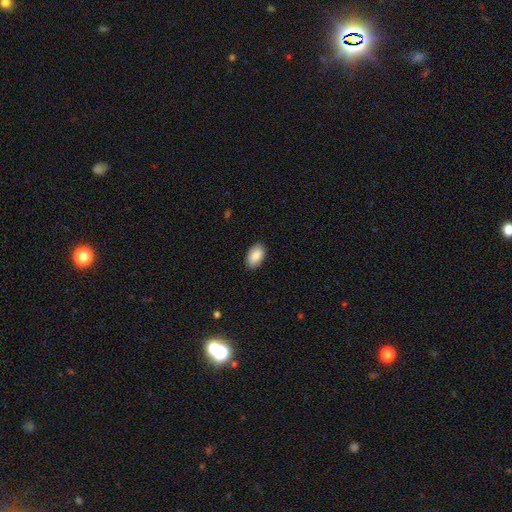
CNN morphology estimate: type=smooth (89%); roundness=in between (94%); merging=none (88%).